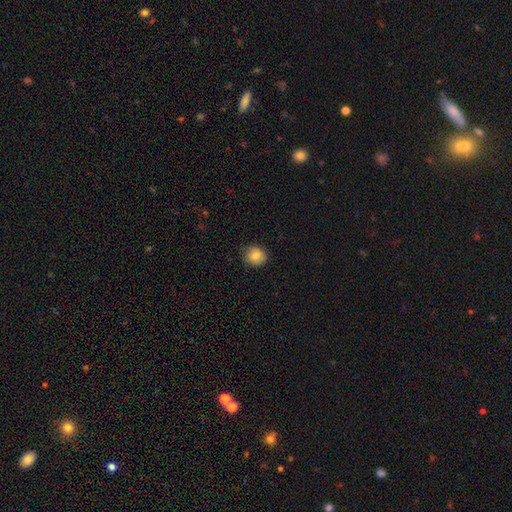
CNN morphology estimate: Q: Smooth or featured?
A: smooth (83%); runner-up: star or artifact (9%)
Q: How rounded?
A: round (80%); runner-up: in between (19%)
Q: Merging?
A: none (85%); runner-up: minor disturbance (12%)